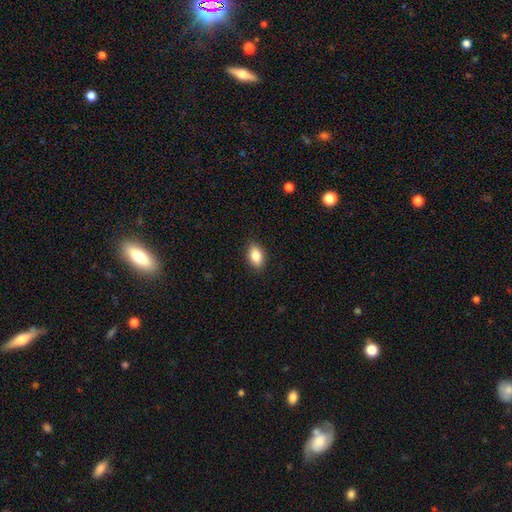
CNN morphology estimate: smooth_or_featured: smooth (p=0.83) [alt: featured or disk p=0.10]
how_rounded: in between (p=0.87) [alt: round p=0.09]
merging: none (p=0.88) [alt: minor disturbance p=0.09]